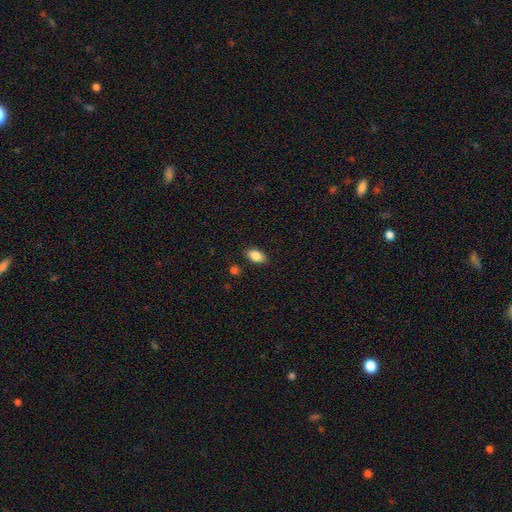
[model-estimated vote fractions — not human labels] smooth-or-featured: smooth: 85% | star or artifact: 8% | featured or disk: 7%
  how-rounded: in between: 91% | round: 6% | cigar-shaped: 3%
  merging: none: 85% | minor disturbance: 10% | major disturbance: 2% | merger: 2%